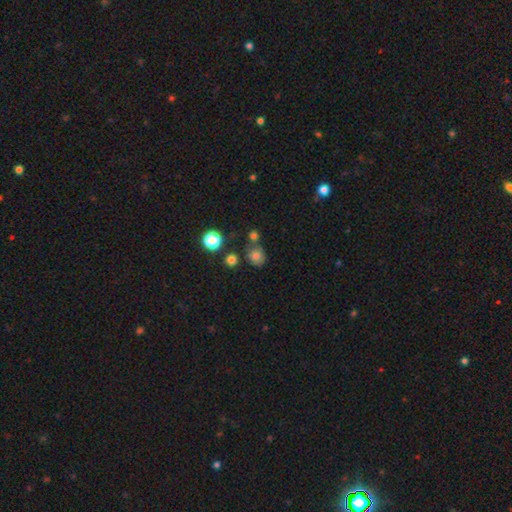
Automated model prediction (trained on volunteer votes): A smooth galaxy with no disk features (74%) that is round (76%). Merging: none (60%).